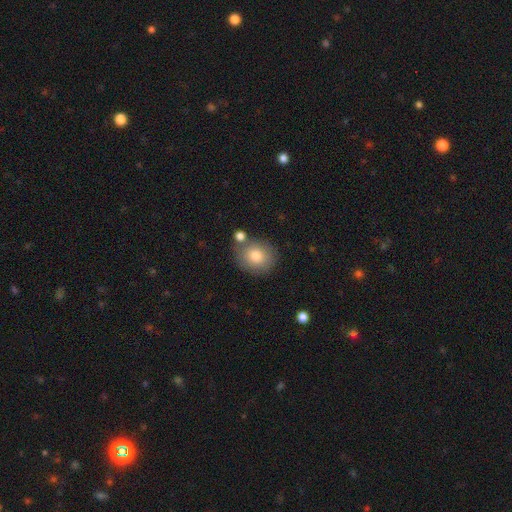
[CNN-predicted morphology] Smooth or featured? smooth (81%)
How rounded? round (73%)
Merging? none (71%)